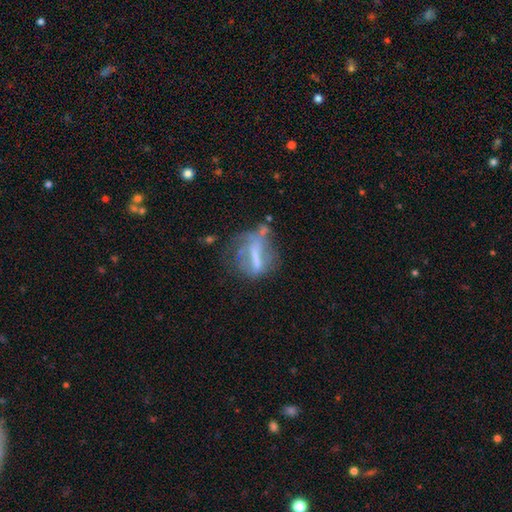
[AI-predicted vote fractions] smooth-or-featured: featured or disk: 57% | smooth: 29% | star or artifact: 14%
  disk-edge-on: no: 87% | yes: 13%
  merging: major disturbance: 34% | none: 33% | minor disturbance: 22% | merger: 10%